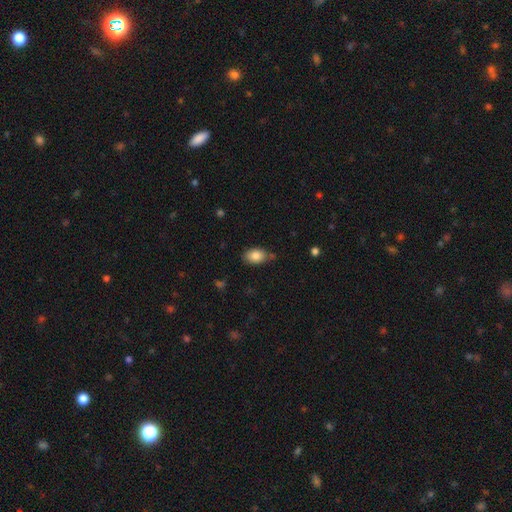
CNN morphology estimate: Smooth or featured? smooth (84%)
How rounded? in between (85%)
Merging? none (71%)